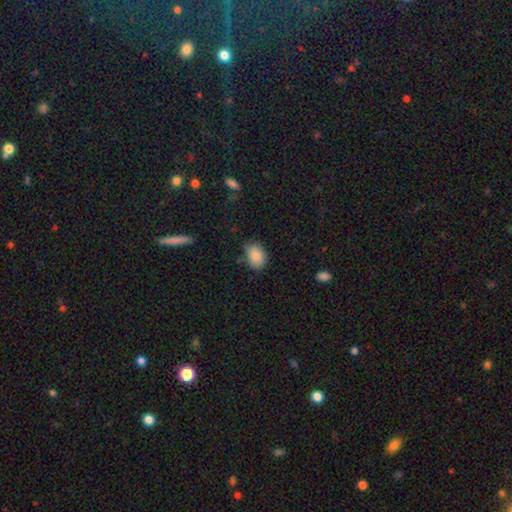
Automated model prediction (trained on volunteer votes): The model was most divided on "merging": none: 71%, minor disturbance: 22%, major disturbance: 4%, merger: 2%. More confident: smooth or featured — smooth (86%); how rounded — in between (74%).